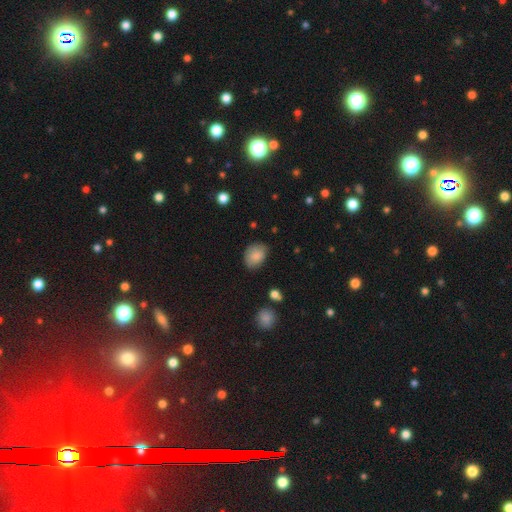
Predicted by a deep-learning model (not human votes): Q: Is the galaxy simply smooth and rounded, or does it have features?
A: smooth — 82%.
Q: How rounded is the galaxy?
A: in between — 67%.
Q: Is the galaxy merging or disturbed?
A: none — 69%.